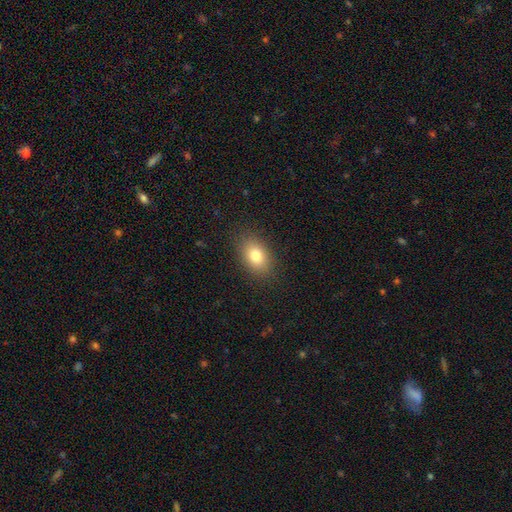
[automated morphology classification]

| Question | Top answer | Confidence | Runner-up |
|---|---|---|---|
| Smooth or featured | smooth | 79% | featured or disk (11%) |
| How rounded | in between | 80% | round (19%) |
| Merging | none | 87% | minor disturbance (9%) |